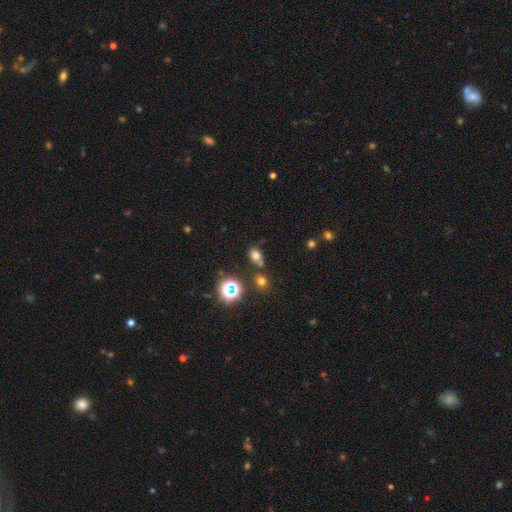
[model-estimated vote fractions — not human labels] A smooth galaxy with no disk features (69%) that is in between round and cigar-shaped (60%).

Vote fractions:
- Smooth or featured? smooth: 69% / star or artifact: 23% / featured or disk: 8%
- How rounded? in between: 60% / round: 38% / cigar-shaped: 2%
- Merging? none: 59% / merger: 20% / minor disturbance: 16% / major disturbance: 6%